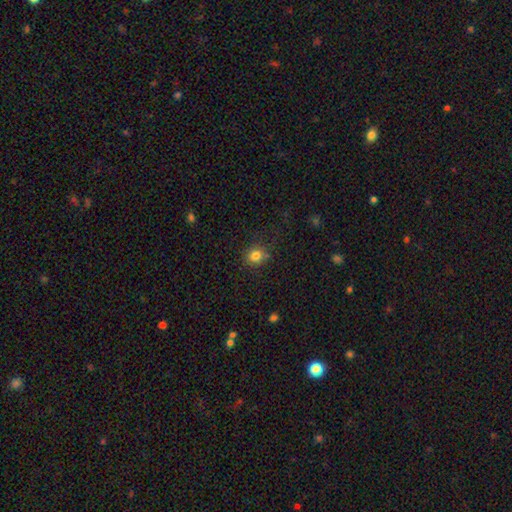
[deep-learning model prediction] Q: Smooth or featured?
A: smooth (82%); runner-up: star or artifact (13%)
Q: How rounded?
A: round (81%); runner-up: in between (19%)
Q: Merging?
A: none (80%); runner-up: minor disturbance (13%)